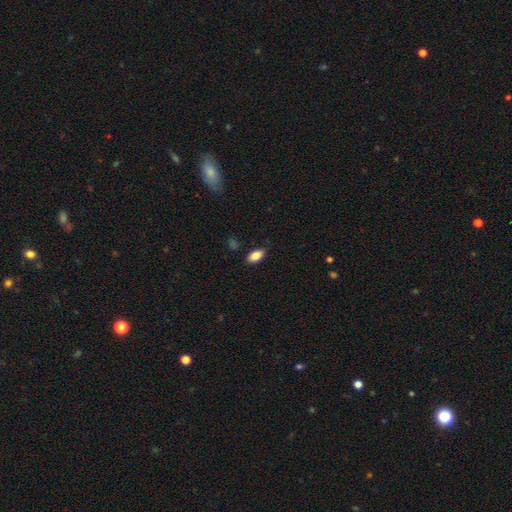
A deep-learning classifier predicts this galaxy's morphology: A smooth galaxy with no disk features (84%) that is in between round and cigar-shaped (92%). Merging: none (84%).